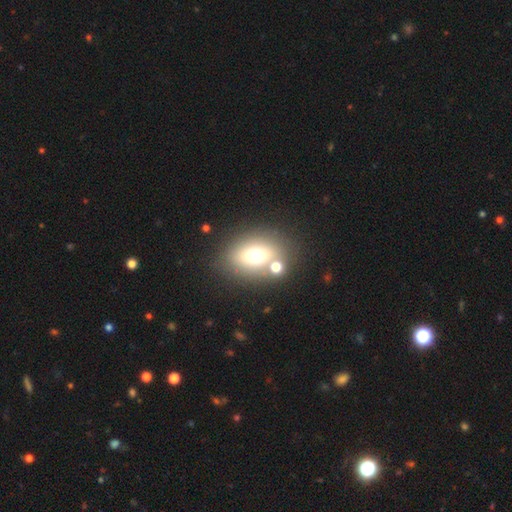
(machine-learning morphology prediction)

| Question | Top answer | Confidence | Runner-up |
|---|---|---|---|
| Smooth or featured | smooth | 67% | featured or disk (19%) |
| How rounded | in between | 66% | round (32%) |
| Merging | none | 65% | merger (18%) |